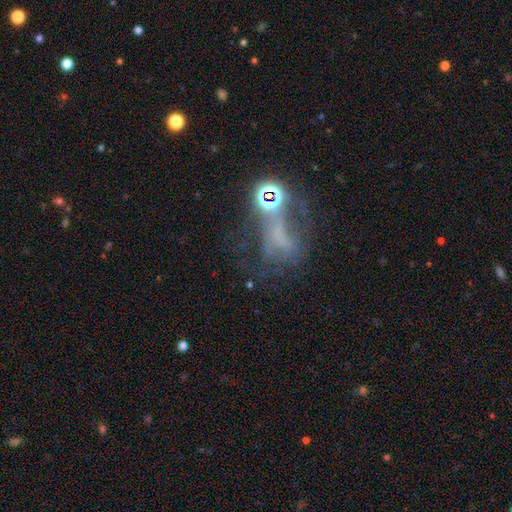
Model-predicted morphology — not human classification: Overall: featured or disk (45%; star or artifact 37%). Merging: major disturbance (38%; none 28%).